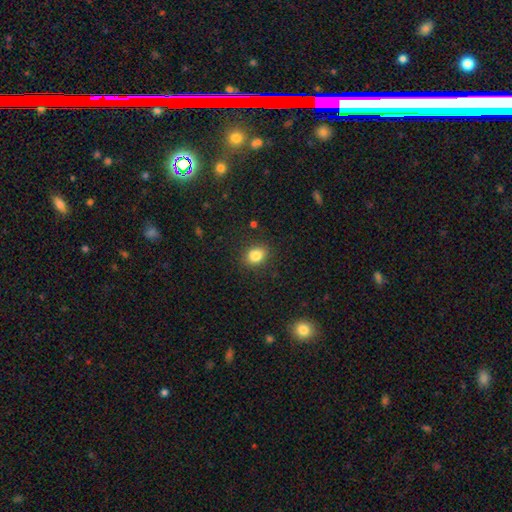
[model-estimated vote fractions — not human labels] This is clearly a smooth galaxy (84%). How rounded: possibly in between (56%). Merging: clearly none (82%).